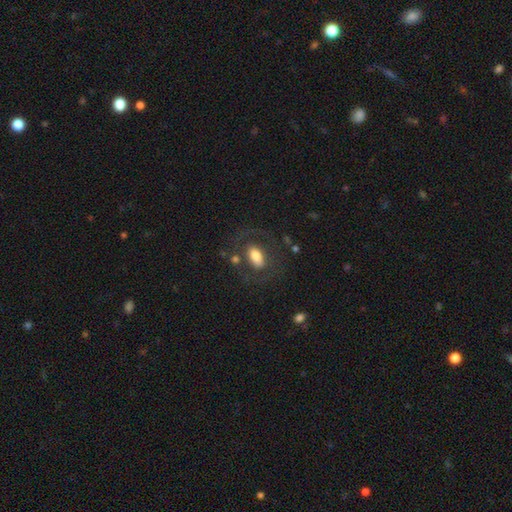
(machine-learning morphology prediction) Smooth or featured: smooth — 62% (featured or disk — 30%)
How rounded: in between — 88% (round — 9%)
Merging: none — 64% (minor disturbance — 16%)